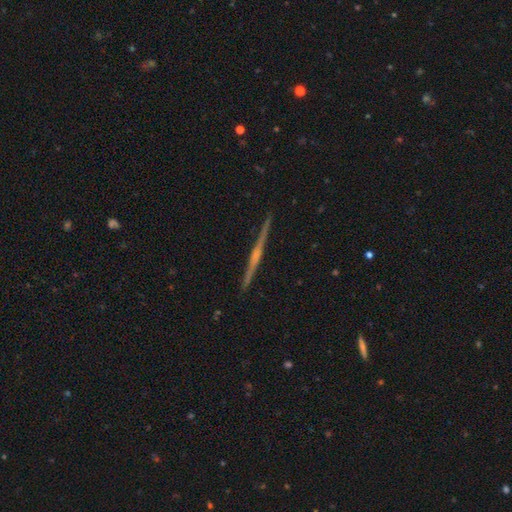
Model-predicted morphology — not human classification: Smooth or featured? Predicted: featured or disk (p=0.79). Edge-on disk? Predicted: yes (p=0.99). Edge-on bulge? Predicted: rounded (p=0.54). Merging? Predicted: none (p=0.92).